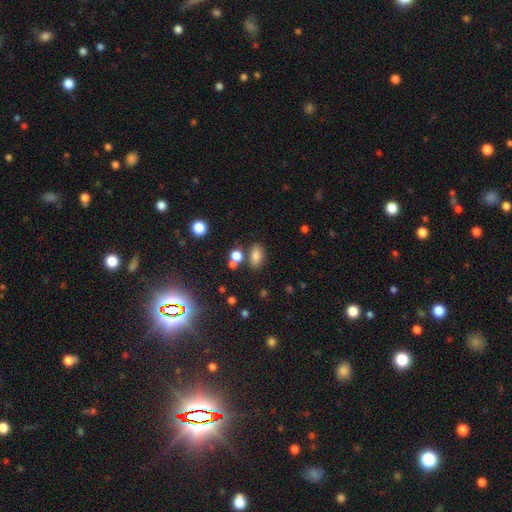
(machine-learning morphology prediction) smooth-or-featured: smooth: 80% | star or artifact: 13% | featured or disk: 7%
  how-rounded: in between: 86% | round: 11% | cigar-shaped: 3%
  merging: none: 73% | merger: 12% | minor disturbance: 11% | major disturbance: 4%